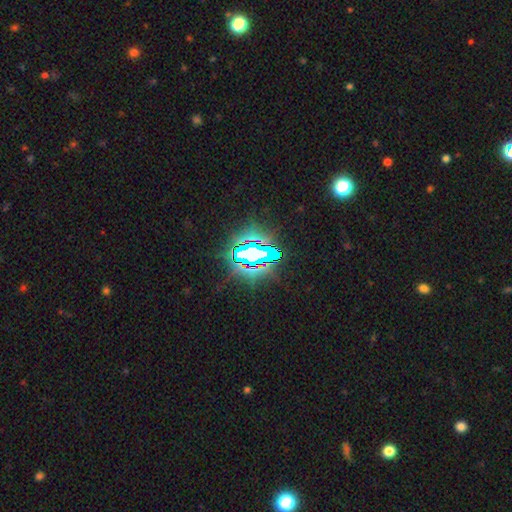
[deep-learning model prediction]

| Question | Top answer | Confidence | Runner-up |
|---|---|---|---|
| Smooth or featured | star or artifact | 80% | smooth (11%) |